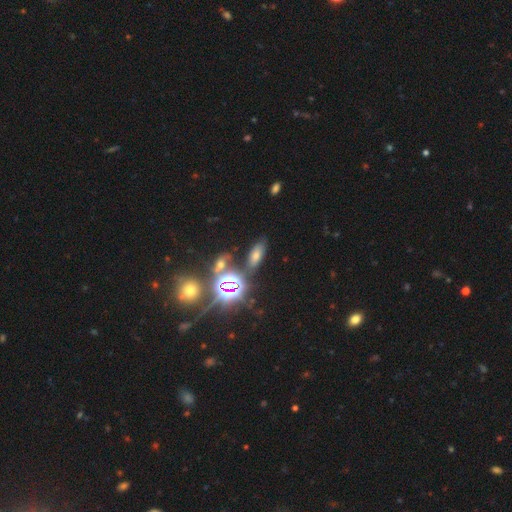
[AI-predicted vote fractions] star or artifact 43%, smooth 42%, featured or disk 16%.